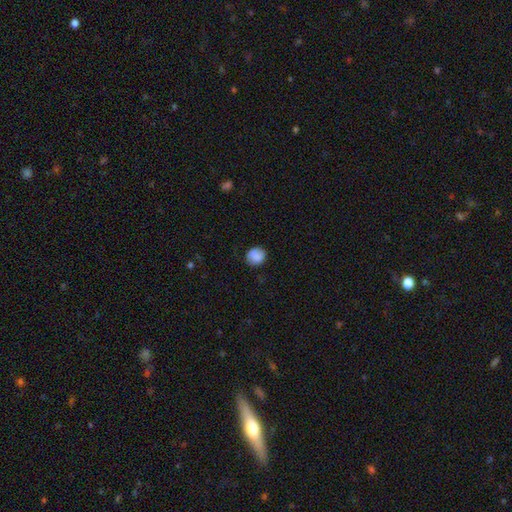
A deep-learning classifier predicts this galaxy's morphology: A smooth galaxy with no disk features (85%) that is round (83%). Merging: none (81%).